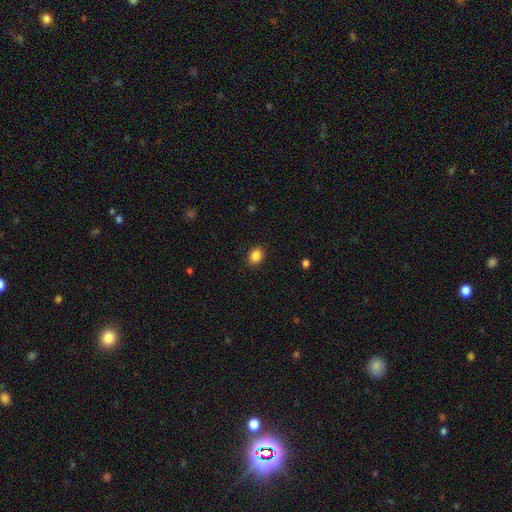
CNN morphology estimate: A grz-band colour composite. It shows a smooth galaxy with no disk features (87%) that is in between round and cigar-shaped (51%). Merging: none (89%).